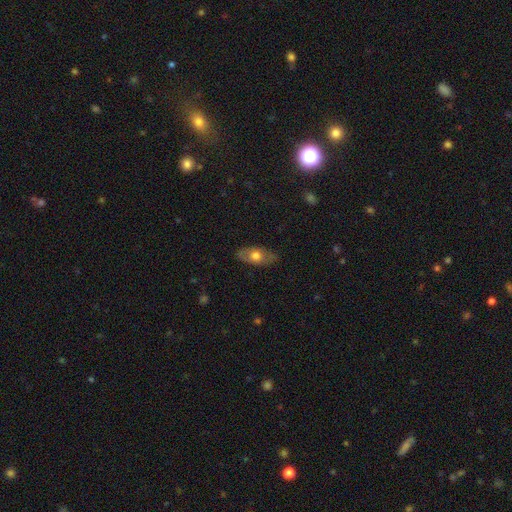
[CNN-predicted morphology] type=smooth (56%); roundness=in between (86%); merging=none (81%).